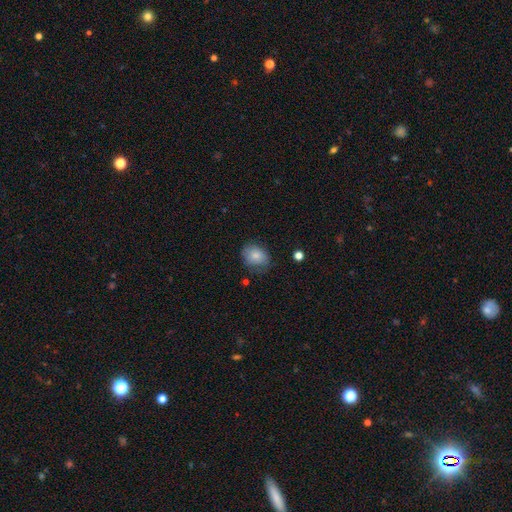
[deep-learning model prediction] Overall: smooth (81%). How rounded: in between (55%; round 44%). Merging: none (66%).